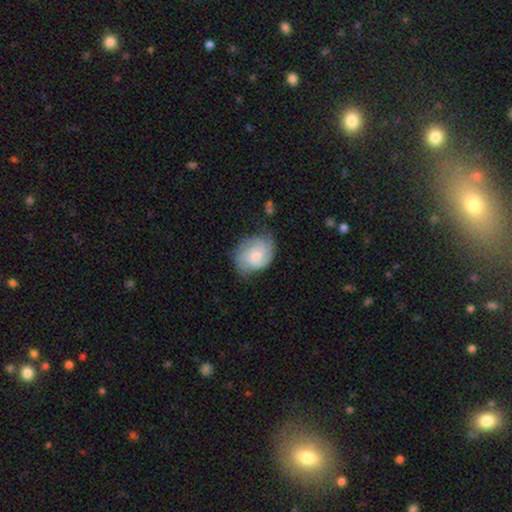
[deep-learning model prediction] featured or disk 67%, smooth 27%, star or artifact 6%. Down the decision tree: edge-on disk — no (98%); bar — no (62%); spiral arms — yes (93%); spiral arm count — 2 (36%); spiral winding — tight (45%); bulge size — small (58%); merging — none (66%).